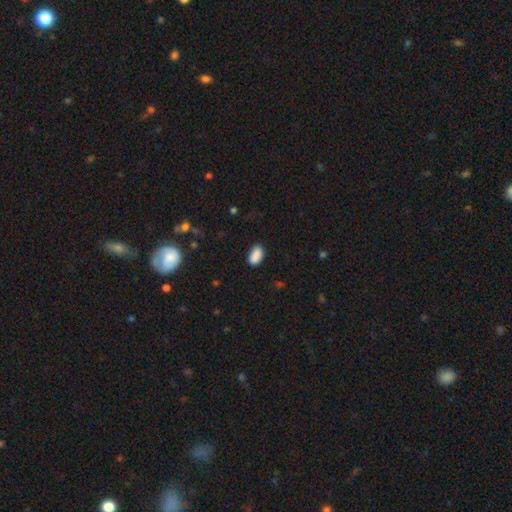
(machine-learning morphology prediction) This appears to be a smooth galaxy with no disk features (89%) that is in between round and cigar-shaped (93%). Merging: none (82%).